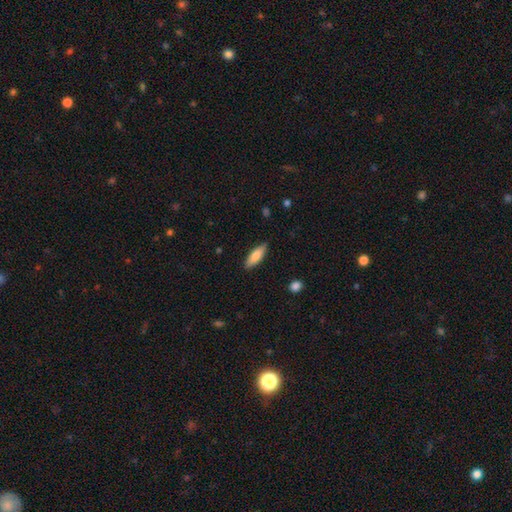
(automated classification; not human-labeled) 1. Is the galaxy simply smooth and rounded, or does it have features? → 79% smooth, 15% featured or disk, 6% star or artifact.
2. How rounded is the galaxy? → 57% in between, 42% cigar-shaped, 2% round.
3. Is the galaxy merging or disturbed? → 86% none, 10% minor disturbance, 2% major disturbance, 1% merger.